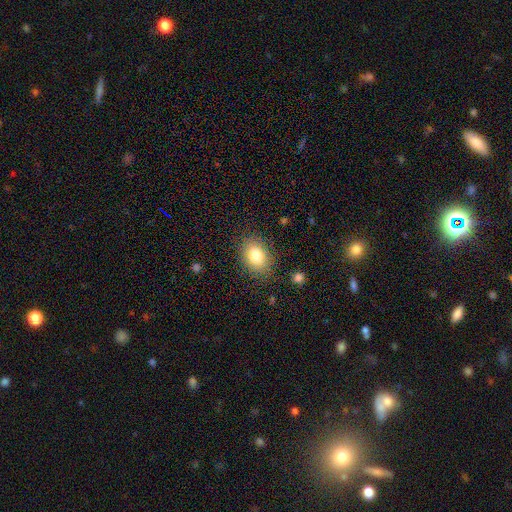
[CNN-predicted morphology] A smooth galaxy with no disk features (80%) that is in between round and cigar-shaped (72%).

Vote fractions:
- Smooth or featured? smooth: 80% / featured or disk: 10% / star or artifact: 9%
- How rounded? in between: 72% / round: 27% / cigar-shaped: 1%
- Merging? none: 85% / minor disturbance: 11% / major disturbance: 3% / merger: 1%